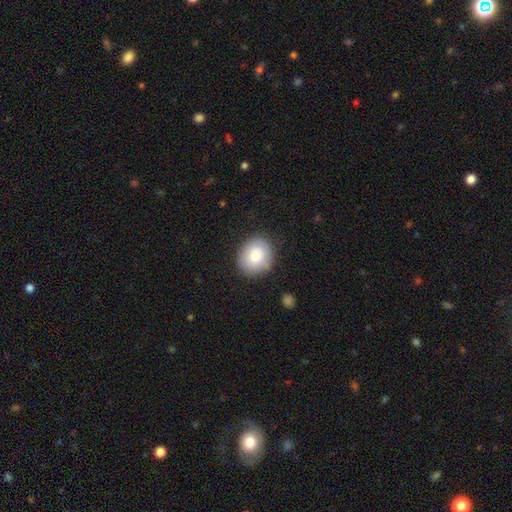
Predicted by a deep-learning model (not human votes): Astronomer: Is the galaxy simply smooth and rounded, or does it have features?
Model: smooth — 79%.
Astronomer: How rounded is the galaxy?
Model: round — 75%.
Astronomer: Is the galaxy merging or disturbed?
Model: none — 85%.